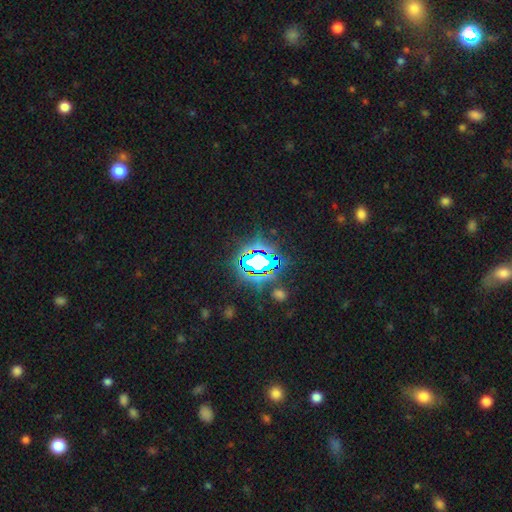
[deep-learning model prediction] star or artifact 79%, smooth 13%, featured or disk 8%.